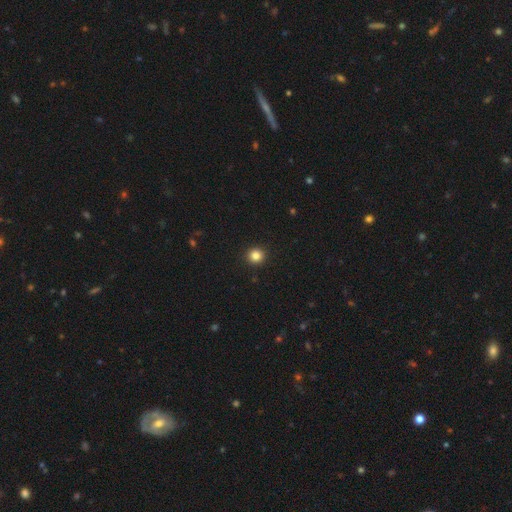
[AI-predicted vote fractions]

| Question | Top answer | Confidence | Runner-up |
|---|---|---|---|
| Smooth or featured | smooth | 84% | star or artifact (12%) |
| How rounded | round | 94% | in between (5%) |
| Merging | none | 93% | minor disturbance (4%) |